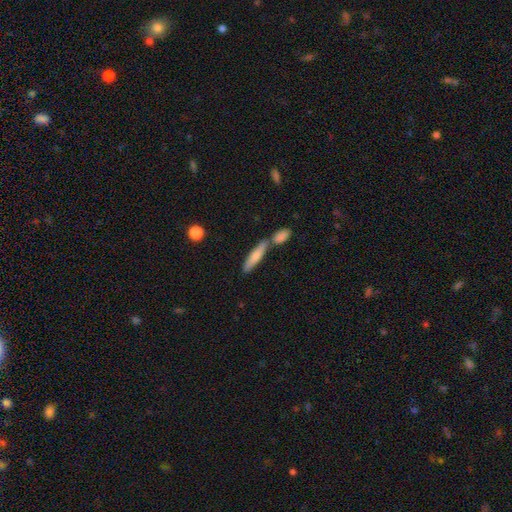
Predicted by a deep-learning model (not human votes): A smooth galaxy with no disk features (71%) that is cigar-shaped (79%).

Vote fractions:
- Smooth or featured? smooth: 71% / featured or disk: 23% / star or artifact: 6%
- How rounded? cigar-shaped: 79% / in between: 18% / round: 2%
- Merging? none: 57% / merger: 29% / minor disturbance: 11% / major disturbance: 3%